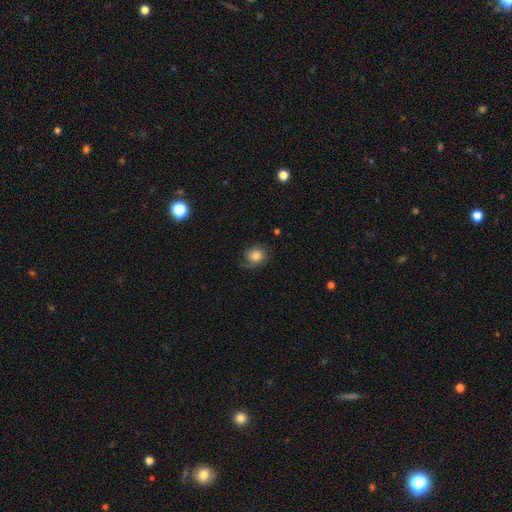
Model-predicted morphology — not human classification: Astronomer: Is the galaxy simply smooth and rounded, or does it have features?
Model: smooth — 71%.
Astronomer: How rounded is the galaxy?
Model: round — 74%.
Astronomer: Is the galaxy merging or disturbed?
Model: none — 59%.